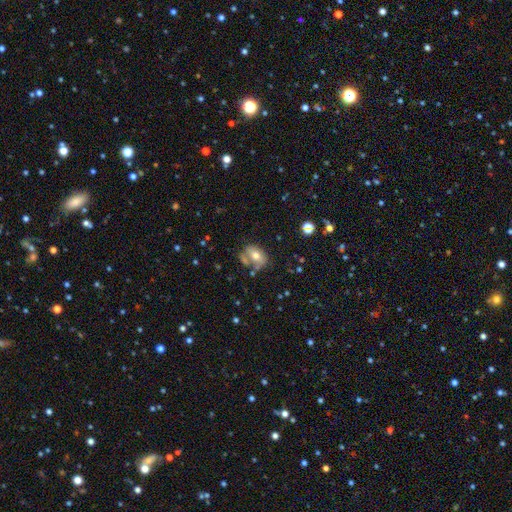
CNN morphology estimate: The model was most divided on "merging": none: 44%, minor disturbance: 25%, merger: 17%, major disturbance: 14%. More confident: how rounded — in between (69%); smooth or featured — smooth (59%).